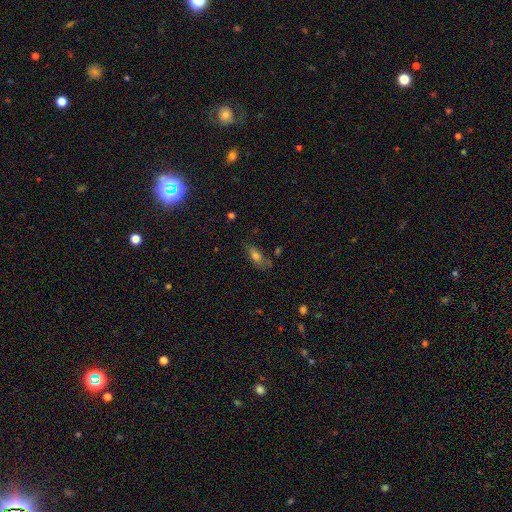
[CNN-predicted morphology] smooth_or_featured: smooth (p=0.69) [alt: featured or disk p=0.18]
how_rounded: in between (p=0.75) [alt: cigar-shaped p=0.20]
merging: none (p=0.63) [alt: minor disturbance p=0.22]